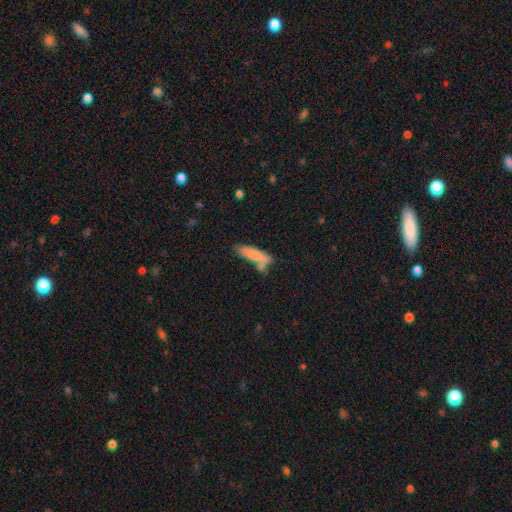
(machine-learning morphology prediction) Overall: smooth (76%). How rounded: cigar-shaped (63%; in between 35%). Merging: none (50%; merger 22%).